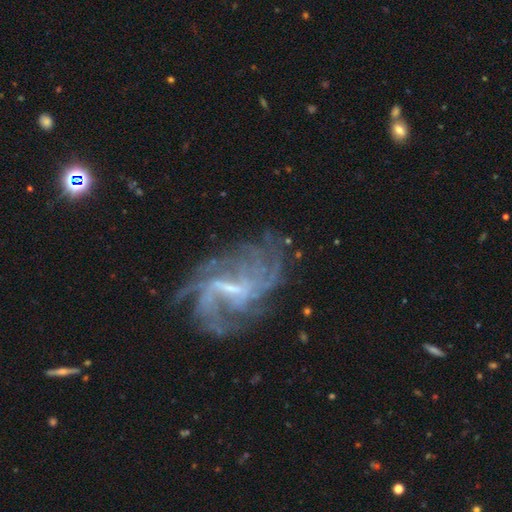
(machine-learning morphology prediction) featured or disk 85%, star or artifact 9%, smooth 6%. Down the decision tree: edge-on disk — no (97%); bar — weak (53%); spiral arms — yes (93%); spiral arm count — can't tell (35%); spiral winding — medium (40%); bulge size — small (54%); merging — none (60%).